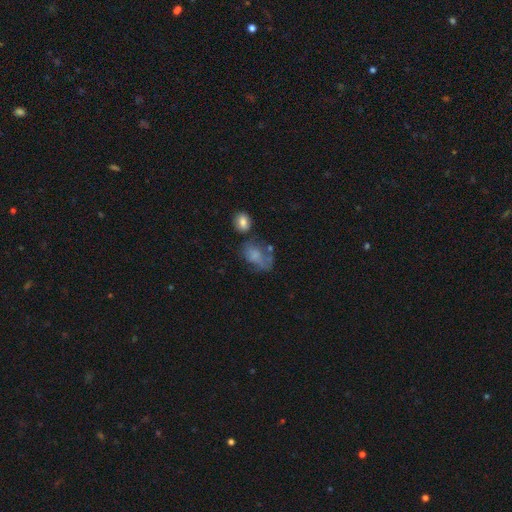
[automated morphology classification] smooth_or_featured: smooth (p=0.63) [alt: featured or disk p=0.25]
how_rounded: in between (p=0.79) [alt: round p=0.19]
merging: none (p=0.32) [alt: major disturbance p=0.28]